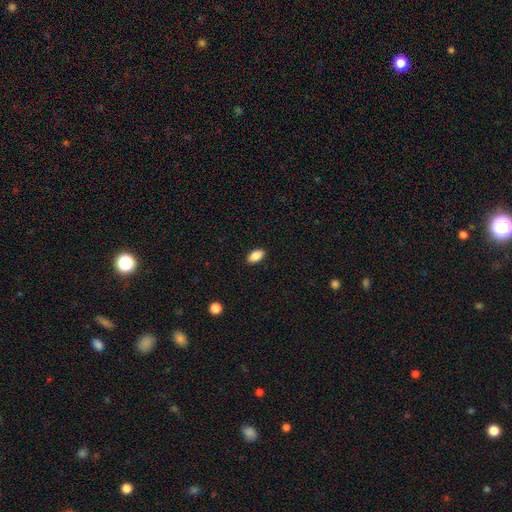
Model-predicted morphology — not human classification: This appears to be a smooth galaxy with no disk features (87%) that is in between round and cigar-shaped (92%). Merging: none (89%).